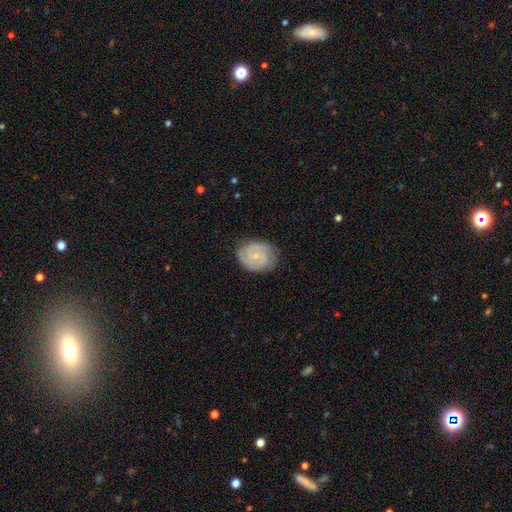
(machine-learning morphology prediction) A featured or disk galaxy (78%) with no bar (63%), 2 (54%) tight (60%) spiral arms (95%) and a small central bulge (75%).

Vote fractions:
- Smooth or featured? featured or disk: 78% / smooth: 16% / star or artifact: 6%
- Edge-on disk? no: 98% / yes: 2%
- Bar? no: 63% / weak: 32% / strong: 5%
- Spiral arms? yes: 95% / no: 5%
- Spiral winding? tight: 60% / medium: 33% / loose: 6%
- Spiral arm count? 2: 54% / 3: 19% / can't tell: 16% / 4: 4% / 1: 4% / more than 4: 3%
- Bulge size? small: 75% / moderate: 19% / none: 4% / large: 1% / dominant: 1%
- Merging? none: 79% / minor disturbance: 16% / major disturbance: 4% / merger: 1%